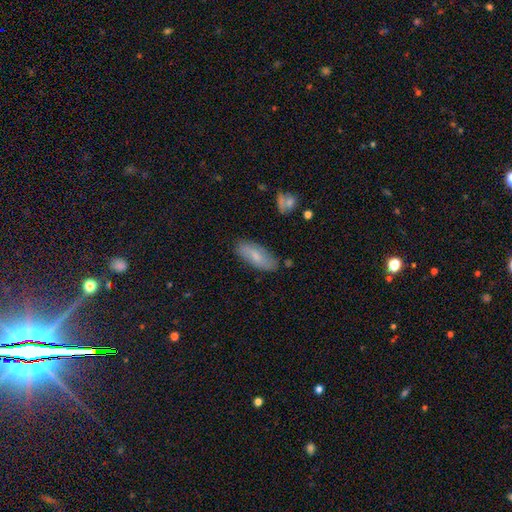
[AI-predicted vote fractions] This is likely a smooth galaxy (73%). How rounded: likely in between (75%). Merging: clearly none (81%).